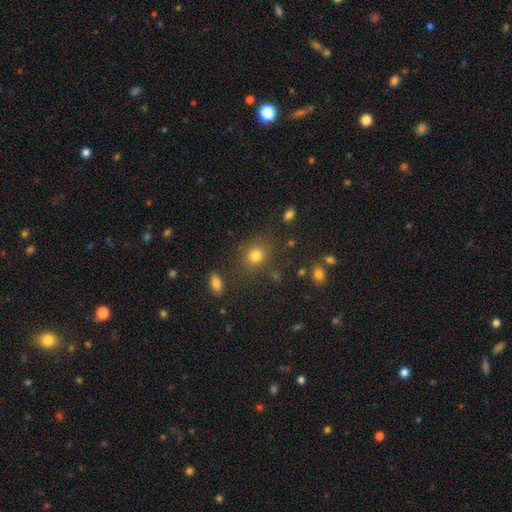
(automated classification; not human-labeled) A smooth galaxy with no disk features (78%) that is round (74%).

Vote fractions:
- Smooth or featured? smooth: 78% / star or artifact: 14% / featured or disk: 8%
- How rounded? round: 74% / in between: 25% / cigar-shaped: 1%
- Merging? none: 78% / minor disturbance: 12% / major disturbance: 5% / merger: 5%